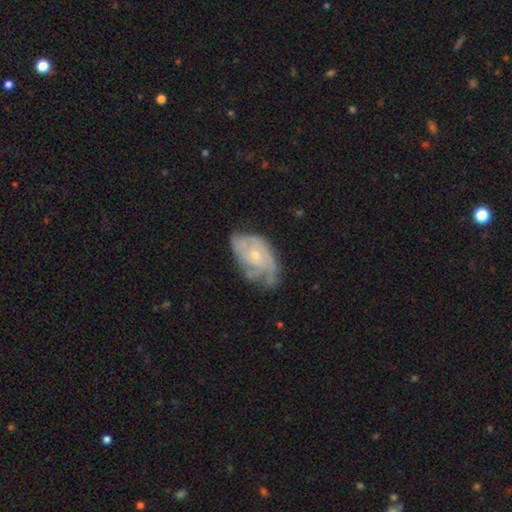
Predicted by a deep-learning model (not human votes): This is likely a featured or disk galaxy (79%). It is clearly not viewed edge-on (96%). Bar: likely no (73%). Spiral arm pattern: clearly yes (91%). Spiral arm count: marginally can't tell (32%). Spiral winding: possibly tight (51%). Central bulge: likely small (66%). Merging: possibly none (51%).